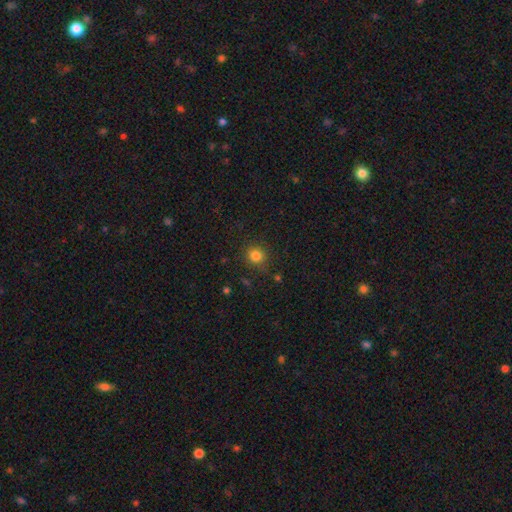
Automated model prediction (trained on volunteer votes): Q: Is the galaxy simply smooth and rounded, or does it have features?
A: smooth — 82%.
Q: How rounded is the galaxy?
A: round — 83%.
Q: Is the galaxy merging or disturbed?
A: none — 85%.